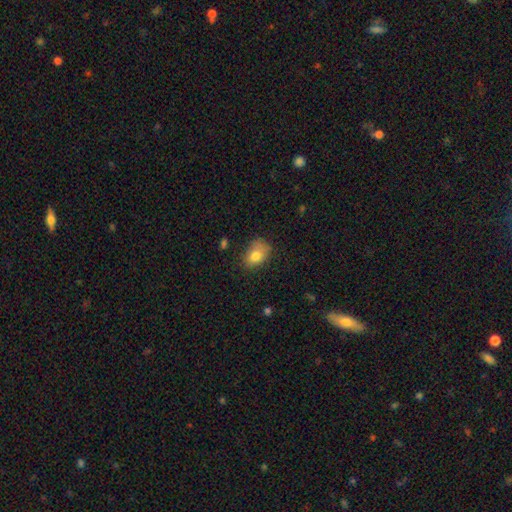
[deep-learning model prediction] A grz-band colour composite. It shows a smooth galaxy with no disk features (80%) that is in between round and cigar-shaped (75%). Merging: none (58%).